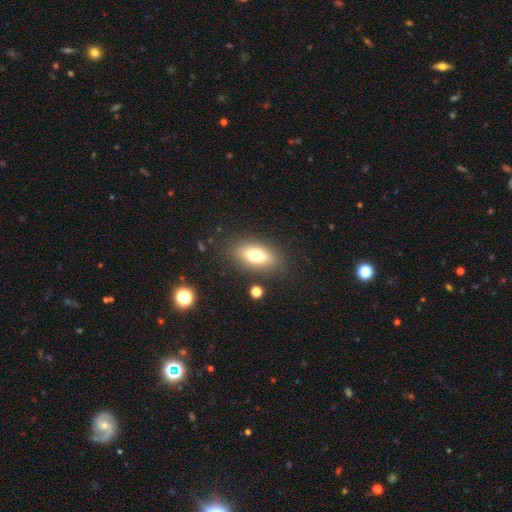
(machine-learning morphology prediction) Overall: smooth (76%). How rounded: in between (87%). Merging: none (84%).